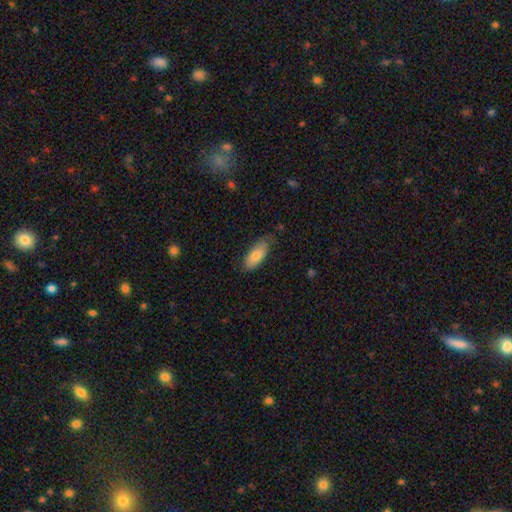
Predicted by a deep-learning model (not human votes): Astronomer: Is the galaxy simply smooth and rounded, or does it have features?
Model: smooth — 80%.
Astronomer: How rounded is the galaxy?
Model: in between — 84%.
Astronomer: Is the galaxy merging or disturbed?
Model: none — 69%.